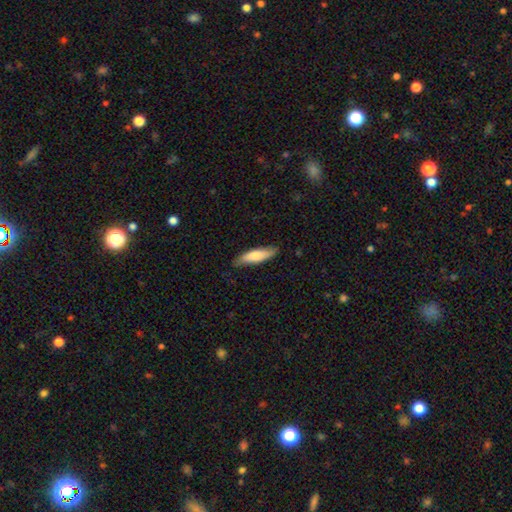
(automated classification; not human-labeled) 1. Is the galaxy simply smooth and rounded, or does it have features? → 76% smooth, 19% featured or disk, 5% star or artifact.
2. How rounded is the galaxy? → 63% cigar-shaped, 36% in between, 2% round.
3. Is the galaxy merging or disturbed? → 78% none, 18% minor disturbance, 3% major disturbance, 1% merger.